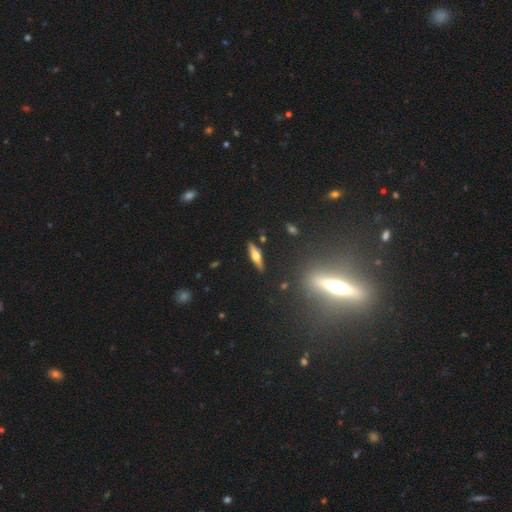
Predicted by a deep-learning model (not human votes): A featured or disk galaxy (60%) viewed edge-on (94%) with a rounded central bulge (94%).

Vote fractions:
- Smooth or featured? featured or disk: 60% / smooth: 33% / star or artifact: 7%
- Edge-on disk? yes: 94% / no: 6%
- Edge-on bulge? rounded: 94% / boxy: 4% / none: 2%
- Merging? none: 88% / minor disturbance: 8% / major disturbance: 2% / merger: 2%